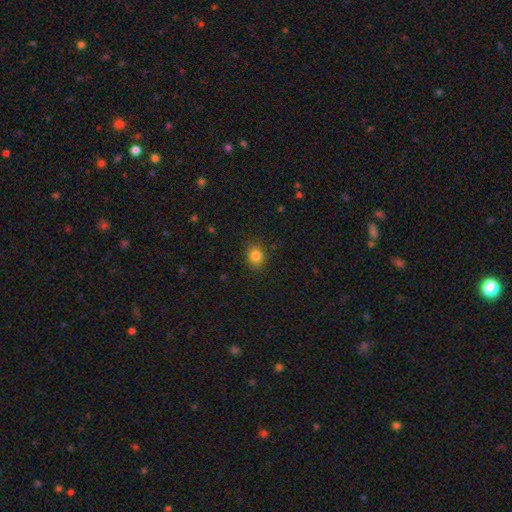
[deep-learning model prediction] A smooth galaxy with no disk features (83%) that is round (64%).

Vote fractions:
- Smooth or featured? smooth: 83% / star or artifact: 12% / featured or disk: 6%
- How rounded? round: 64% / in between: 35% / cigar-shaped: 1%
- Merging? none: 87% / minor disturbance: 9% / major disturbance: 2% / merger: 1%